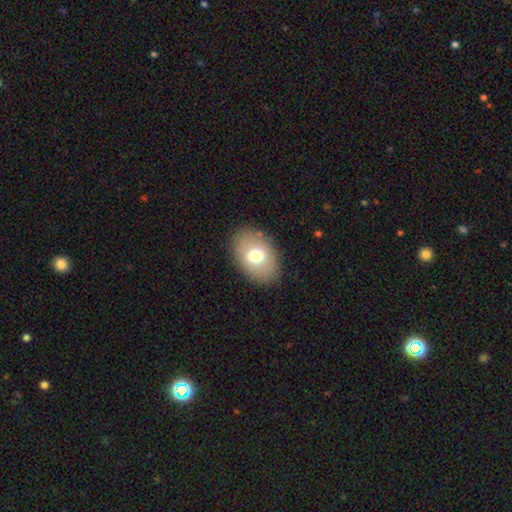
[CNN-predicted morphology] Q: Smooth or featured?
A: smooth (71%); runner-up: featured or disk (20%)
Q: How rounded?
A: in between (80%); runner-up: round (19%)
Q: Merging?
A: none (86%); runner-up: minor disturbance (9%)